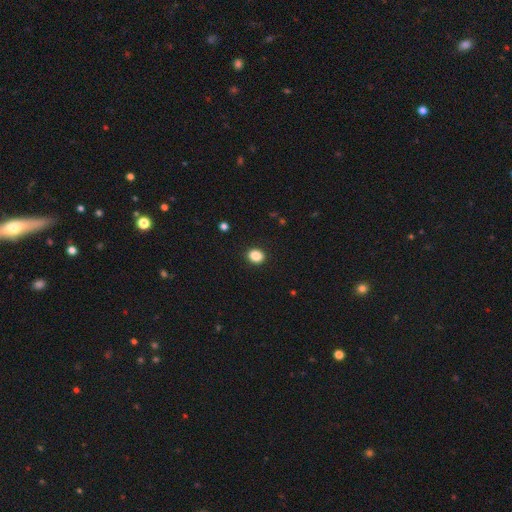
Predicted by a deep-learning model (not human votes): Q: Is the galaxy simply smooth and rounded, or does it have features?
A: smooth — 87%.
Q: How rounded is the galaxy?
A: round — 60%.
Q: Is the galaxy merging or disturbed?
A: none — 91%.